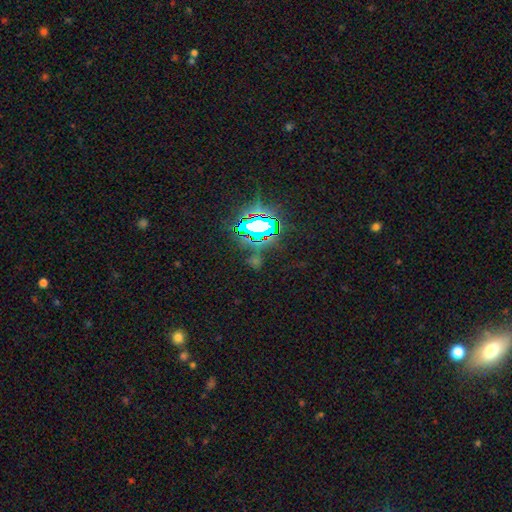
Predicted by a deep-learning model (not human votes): This is likely a star or artifact rather than a galaxy (75%).